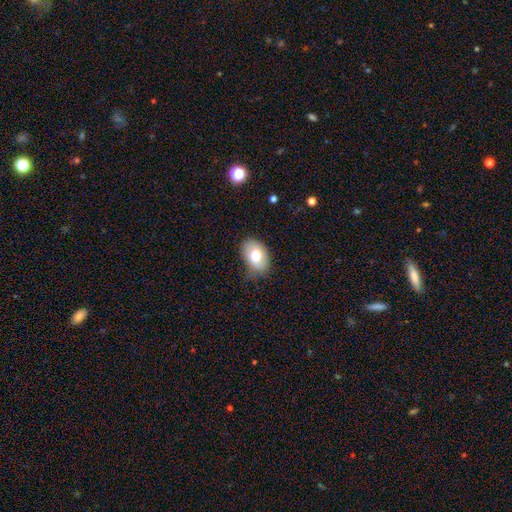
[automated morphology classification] smooth_or_featured: smooth (p=0.73) [alt: featured or disk p=0.19]
how_rounded: in between (p=0.85) [alt: round p=0.14]
merging: none (p=0.74) [alt: minor disturbance p=0.20]